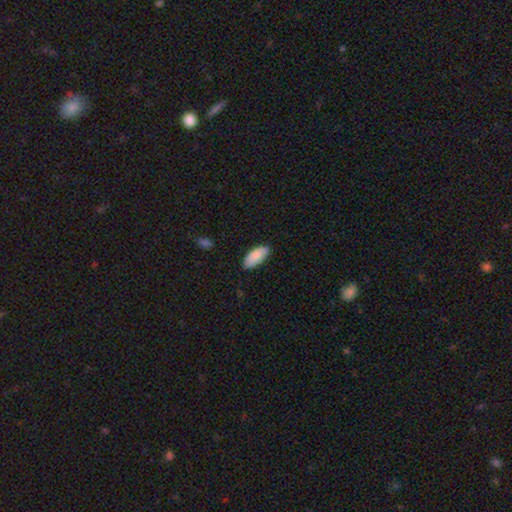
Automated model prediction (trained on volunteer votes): A smooth galaxy with no disk features (87%) that is in between round and cigar-shaped (89%). Merging: none (77%).